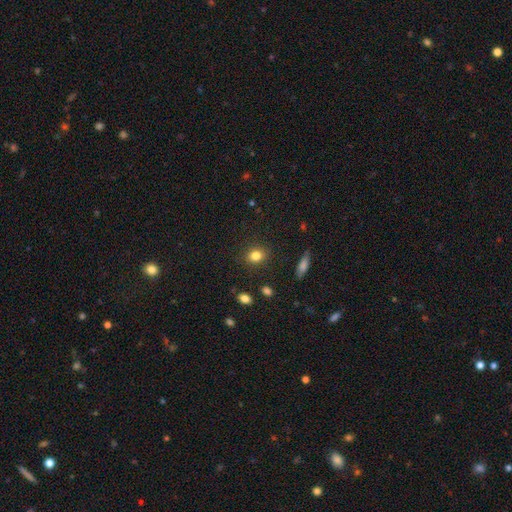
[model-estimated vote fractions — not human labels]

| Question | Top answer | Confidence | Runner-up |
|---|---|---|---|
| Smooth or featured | smooth | 82% | star or artifact (11%) |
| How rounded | round | 59% | in between (39%) |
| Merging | none | 87% | minor disturbance (9%) |